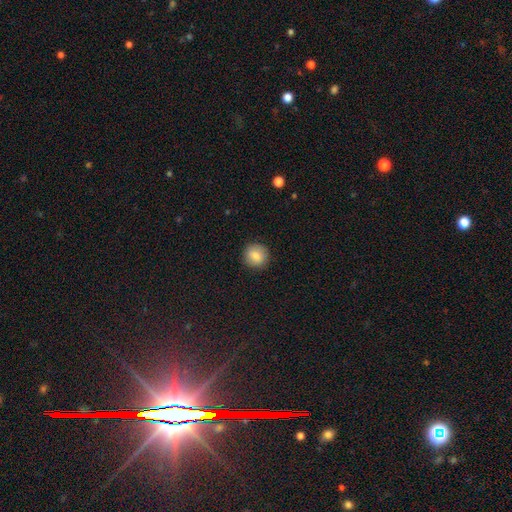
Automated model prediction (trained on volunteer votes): smooth_or_featured: smooth (p=0.83) [alt: star or artifact p=0.09]
how_rounded: round (p=0.93) [alt: in between p=0.06]
merging: none (p=0.91) [alt: minor disturbance p=0.06]